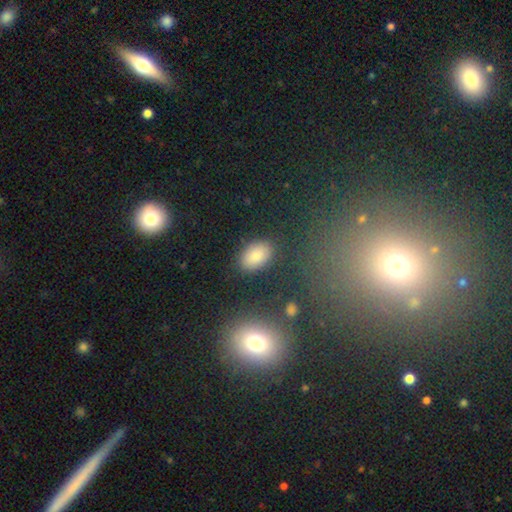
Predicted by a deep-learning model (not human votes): Smooth or featured?
  - smooth: 74% *
  - star or artifact: 17%
  - featured or disk: 9%
How rounded?
  - in between: 85% *
  - round: 12%
  - cigar-shaped: 3%
Merging?
  - none: 86% *
  - minor disturbance: 8%
  - major disturbance: 3%
  - merger: 3%